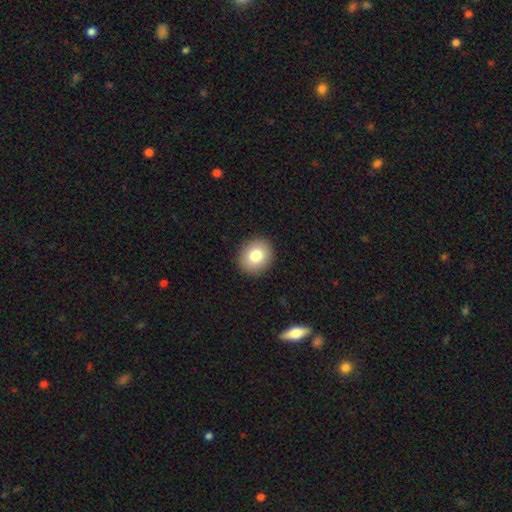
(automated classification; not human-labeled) Overall: smooth (80%). How rounded: round (76%). Merging: none (92%).